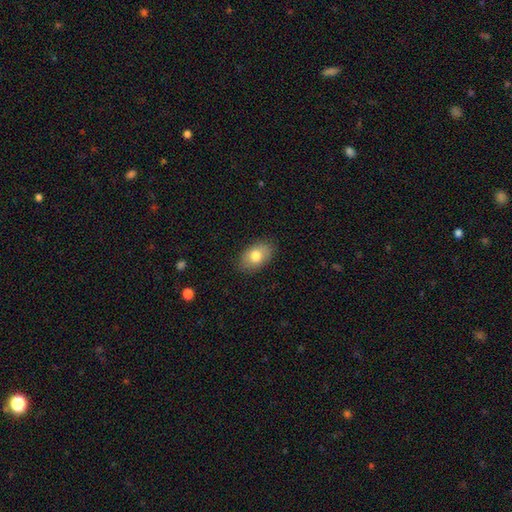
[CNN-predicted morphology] Smooth or featured? smooth (78%)
How rounded? in between (88%)
Merging? none (85%)